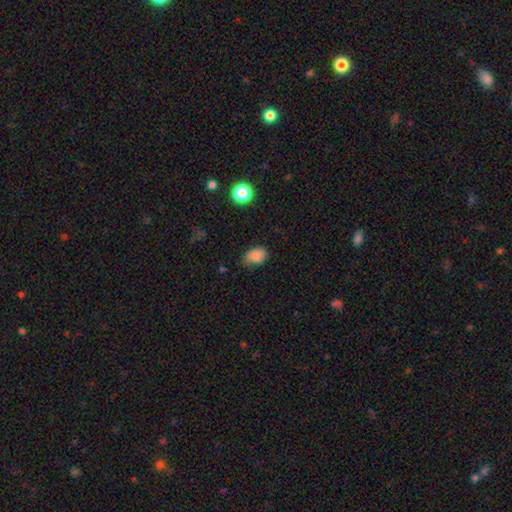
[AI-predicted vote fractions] Smooth or featured? Predicted: smooth (p=0.83). How rounded? Predicted: in between (p=0.75). Merging? Predicted: none (p=0.60).